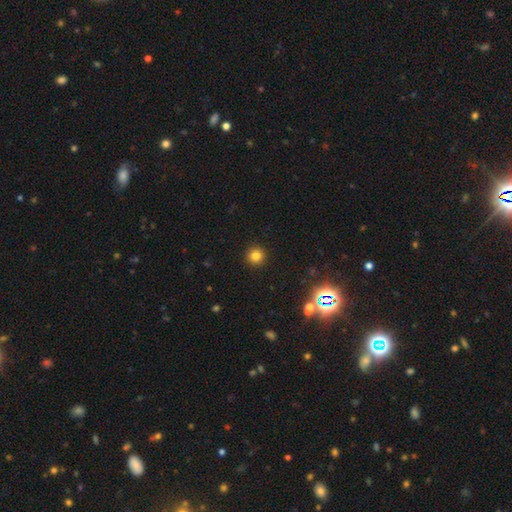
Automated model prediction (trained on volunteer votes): smooth_or_featured: smooth (p=0.81) [alt: star or artifact p=0.14]
how_rounded: round (p=0.95) [alt: in between p=0.04]
merging: none (p=0.93) [alt: minor disturbance p=0.04]